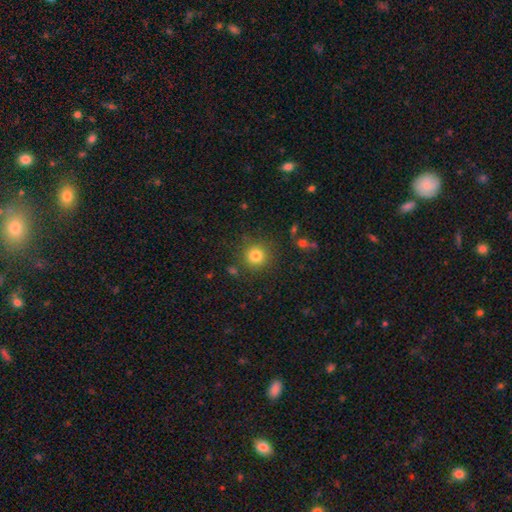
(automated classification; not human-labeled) This is clearly a smooth galaxy (80%). How rounded: clearly round (94%). Merging: clearly none (87%).